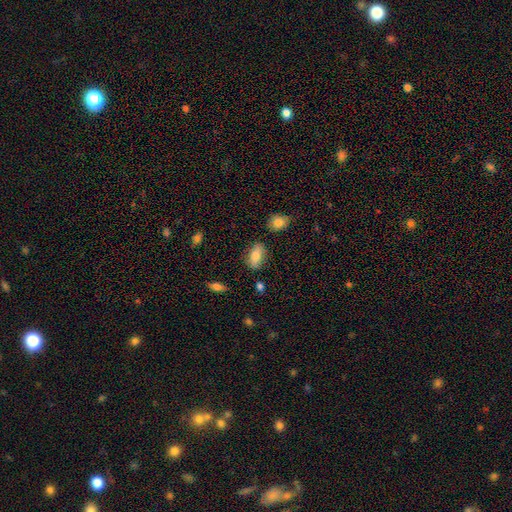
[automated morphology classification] The model was most divided on "smooth or featured": smooth: 72%, featured or disk: 20%, star or artifact: 8%. More confident: how rounded — in between (83%); merging — none (80%).